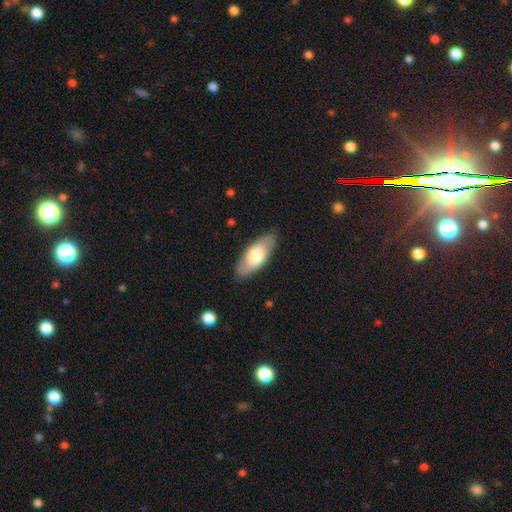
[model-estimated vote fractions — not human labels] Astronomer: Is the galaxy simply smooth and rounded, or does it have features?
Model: smooth — 63%.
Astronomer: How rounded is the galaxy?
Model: in between — 86%.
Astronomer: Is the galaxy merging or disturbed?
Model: none — 86%.